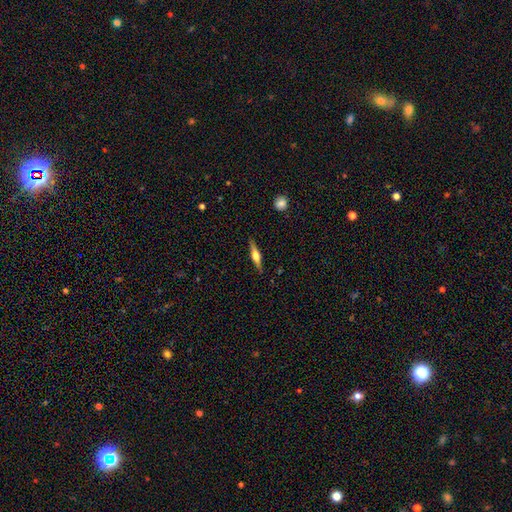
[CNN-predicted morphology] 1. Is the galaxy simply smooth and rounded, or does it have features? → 65% featured or disk, 30% smooth, 6% star or artifact.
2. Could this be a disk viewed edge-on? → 97% yes, 3% no.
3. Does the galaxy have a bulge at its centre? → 89% rounded, 9% boxy, 3% none.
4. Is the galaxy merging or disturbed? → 88% none, 9% minor disturbance, 2% major disturbance, 1% merger.